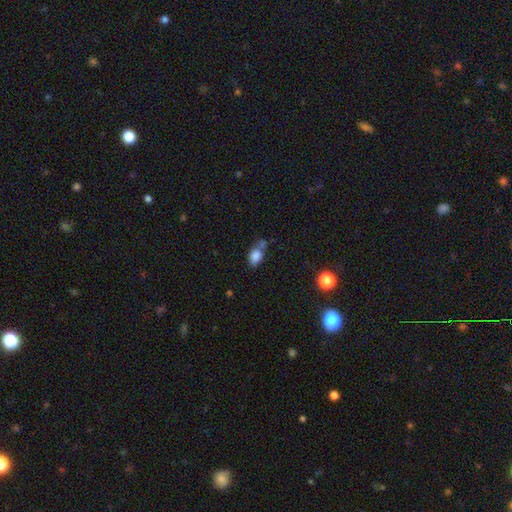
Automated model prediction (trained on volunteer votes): This appears to be a smooth galaxy with no disk features (82%) that is in between round and cigar-shaped (83%). Merging: none (43%).